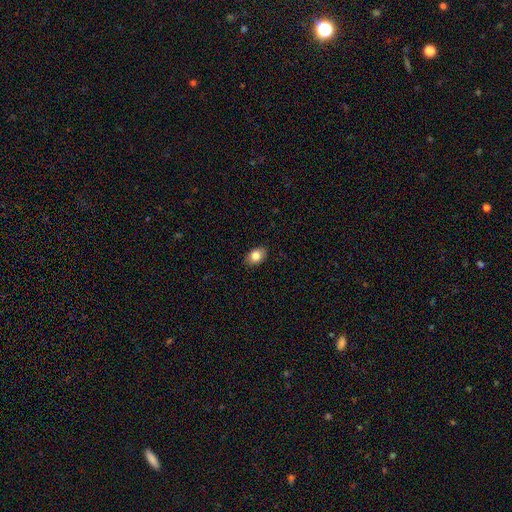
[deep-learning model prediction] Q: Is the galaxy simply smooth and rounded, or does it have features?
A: smooth — 84%.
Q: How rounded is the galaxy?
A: in between — 80%.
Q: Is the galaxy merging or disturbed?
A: none — 87%.